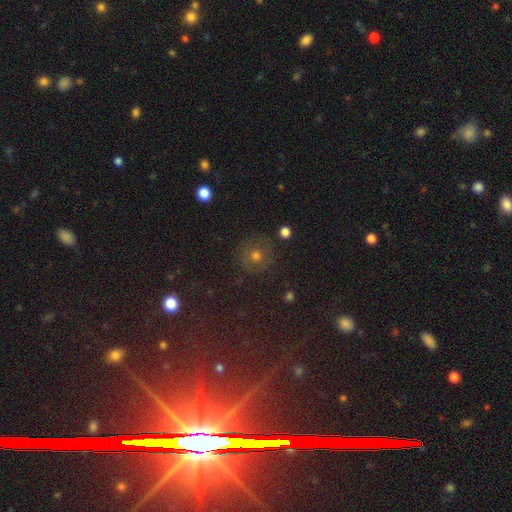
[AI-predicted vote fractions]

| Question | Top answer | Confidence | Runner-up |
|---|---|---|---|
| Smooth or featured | smooth | 48% | star or artifact (28%) |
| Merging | none | 83% | minor disturbance (11%) |